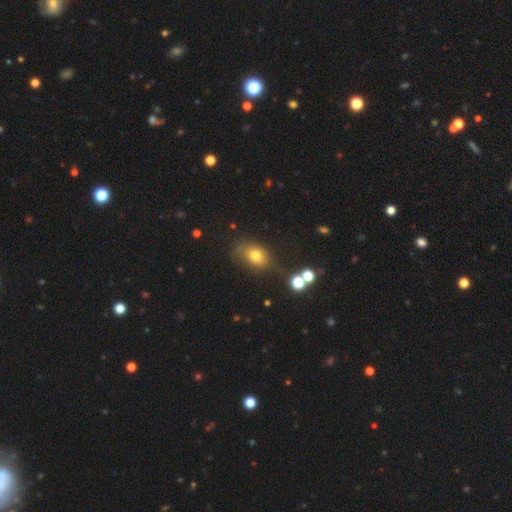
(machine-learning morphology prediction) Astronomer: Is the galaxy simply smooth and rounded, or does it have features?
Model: smooth — 75%.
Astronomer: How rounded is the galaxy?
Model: in between — 66%.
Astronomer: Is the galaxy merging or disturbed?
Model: none — 64%.